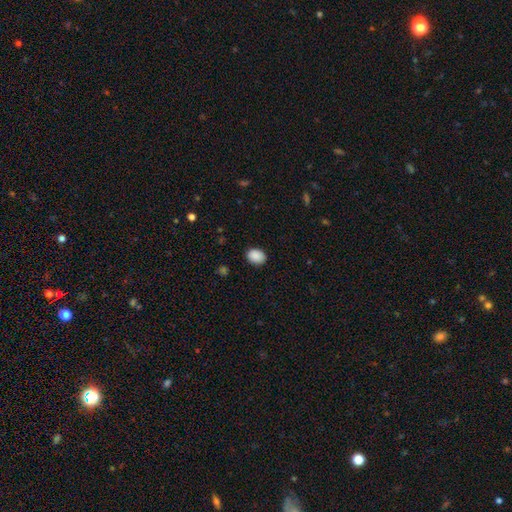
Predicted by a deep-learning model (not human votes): Smooth or featured: smooth — 90% (star or artifact — 8%)
How rounded: in between — 61% (round — 38%)
Merging: none — 88% (minor disturbance — 9%)